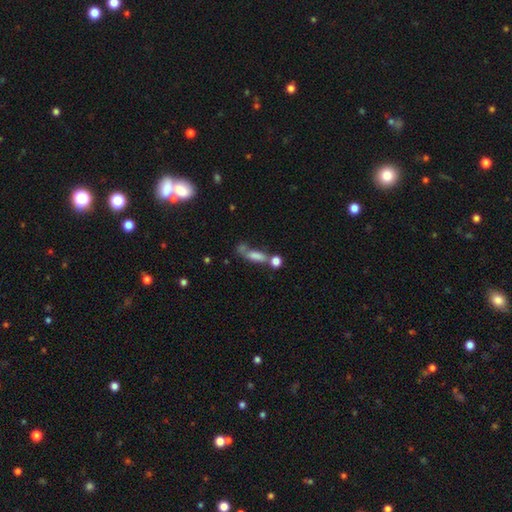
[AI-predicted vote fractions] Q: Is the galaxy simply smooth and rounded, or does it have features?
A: smooth — 64%.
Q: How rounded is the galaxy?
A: in between — 54%.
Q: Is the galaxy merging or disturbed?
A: merger — 38%.